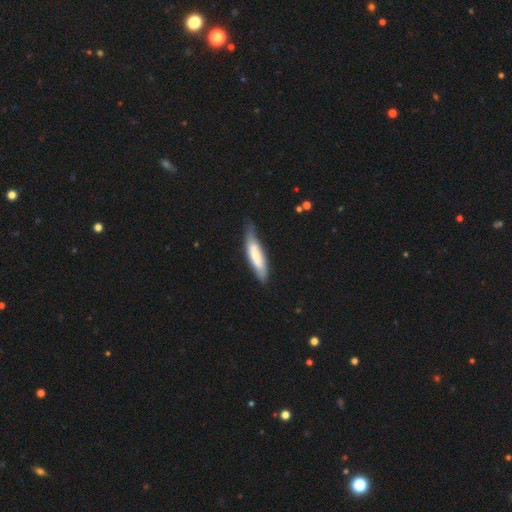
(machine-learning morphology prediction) Smooth or featured? smooth (66%)
How rounded? cigar-shaped (72%)
Merging? none (57%)